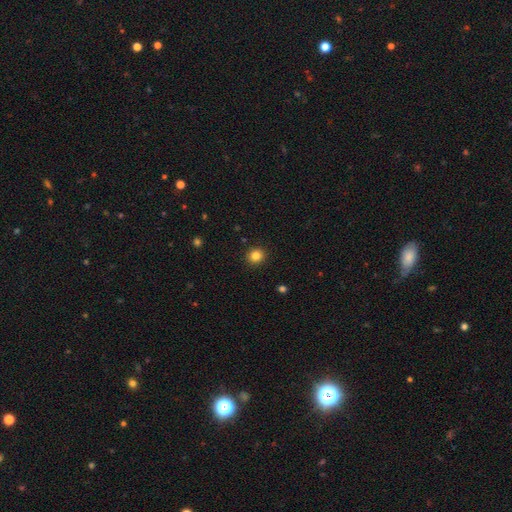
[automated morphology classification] Overall: smooth (84%). How rounded: round (87%). Merging: none (92%).